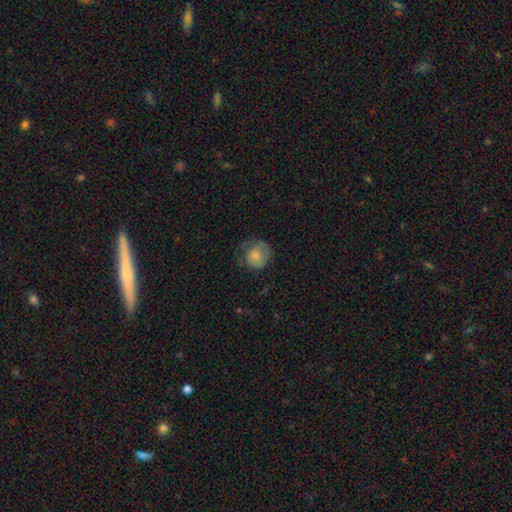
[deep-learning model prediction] This appears to be a smooth galaxy with no disk features (72%) that is round (81%). Merging: none (51%).